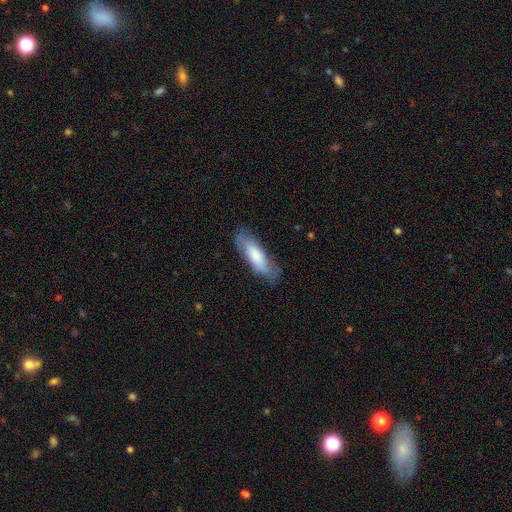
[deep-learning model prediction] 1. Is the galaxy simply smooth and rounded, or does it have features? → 73% smooth, 21% featured or disk, 6% star or artifact.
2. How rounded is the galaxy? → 51% cigar-shaped, 48% in between, 2% round.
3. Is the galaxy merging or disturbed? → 73% none, 20% minor disturbance, 6% major disturbance, 1% merger.